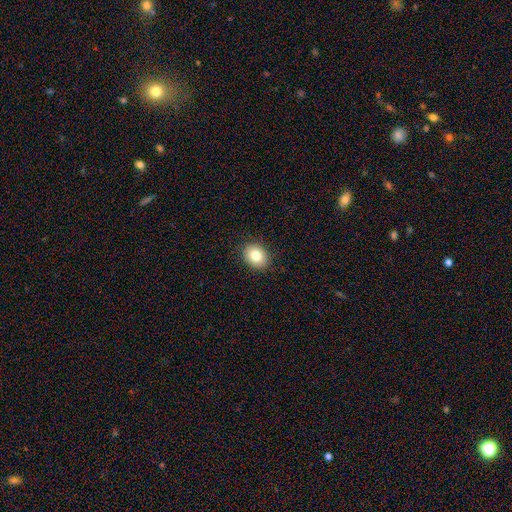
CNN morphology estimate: smooth-or-featured: smooth: 81% | featured or disk: 10% | star or artifact: 9%
  how-rounded: round: 54% | in between: 45% | cigar-shaped: 1%
  merging: none: 89% | minor disturbance: 8% | major disturbance: 2% | merger: 1%